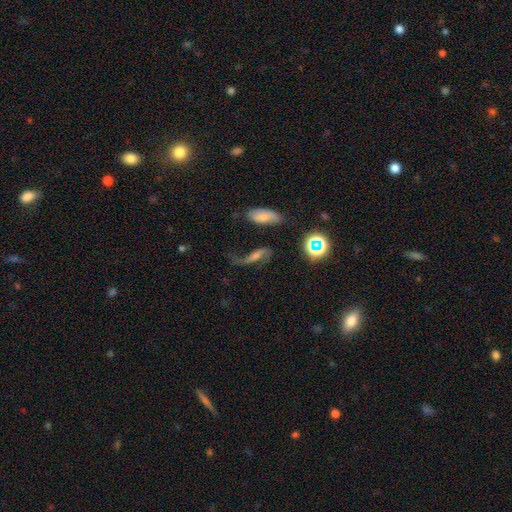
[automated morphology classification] smooth-or-featured: featured or disk: 60% | smooth: 21% | star or artifact: 19%
  disk-edge-on: no: 88% | yes: 12%
    bar: weak: 36% (tied) | no: 36% (tied) | strong: 27%
    has-spiral-arms: yes: 88% | no: 12%
    bulge-size: small: 37% | moderate: 31% | none: 21% | large: 8% | dominant: 3%
  merging: none: 53% | major disturbance: 20% | minor disturbance: 20% | merger: 7%